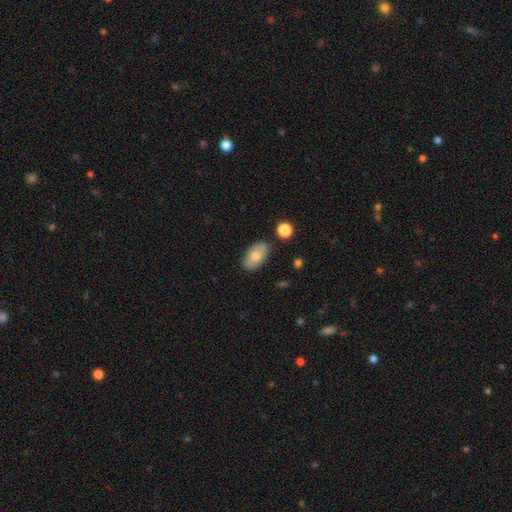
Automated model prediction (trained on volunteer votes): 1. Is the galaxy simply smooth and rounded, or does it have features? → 75% smooth, 18% featured or disk, 7% star or artifact.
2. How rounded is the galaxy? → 93% in between, 5% round, 2% cigar-shaped.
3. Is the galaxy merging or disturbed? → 82% none, 13% minor disturbance, 3% merger, 3% major disturbance.